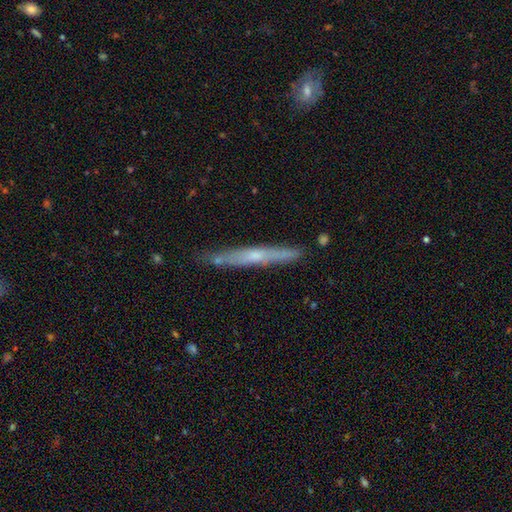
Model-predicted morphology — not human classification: Smooth or featured? featured or disk (58%)
Edge-on disk? yes (93%)
Edge-on bulge? none (49%)
Merging? none (80%)